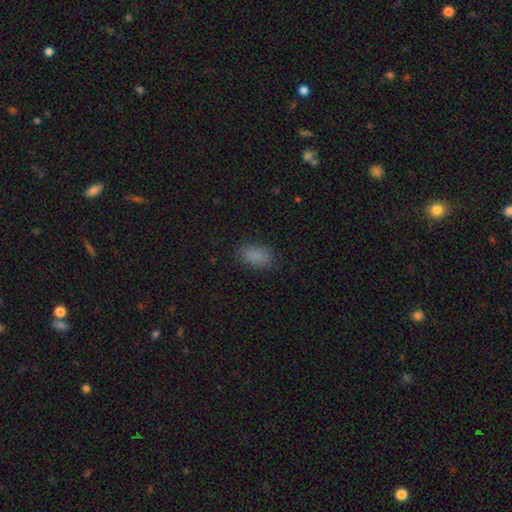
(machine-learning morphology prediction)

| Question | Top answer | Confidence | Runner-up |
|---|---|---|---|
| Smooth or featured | smooth | 86% | star or artifact (10%) |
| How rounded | in between | 91% | round (7%) |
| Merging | none | 84% | minor disturbance (12%) |